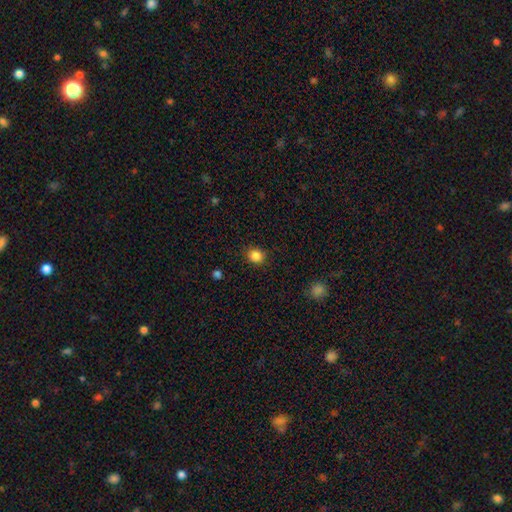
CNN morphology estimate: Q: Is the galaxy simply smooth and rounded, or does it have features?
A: smooth — 86%.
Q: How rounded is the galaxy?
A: round — 78%.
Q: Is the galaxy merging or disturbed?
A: none — 86%.